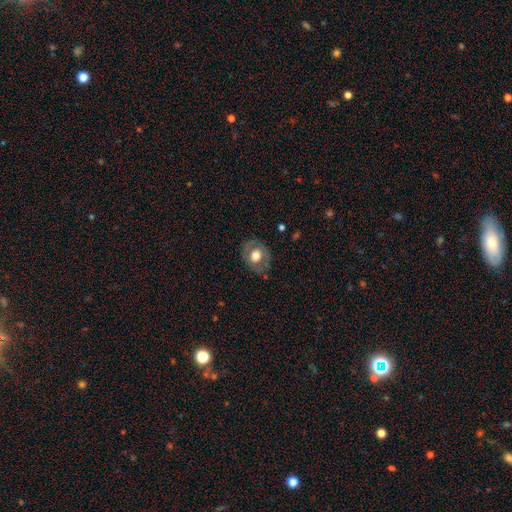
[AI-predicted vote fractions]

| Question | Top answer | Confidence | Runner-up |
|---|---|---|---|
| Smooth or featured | smooth | 54% | featured or disk (38%) |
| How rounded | round | 55% | in between (45%) |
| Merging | none | 76% | minor disturbance (17%) |